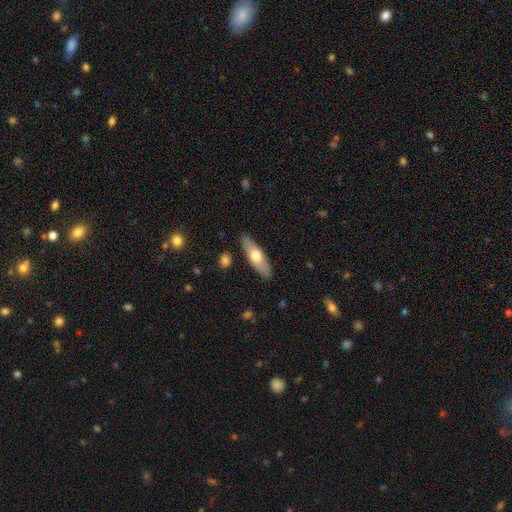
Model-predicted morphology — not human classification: The model was most divided on "how rounded": cigar-shaped: 52%, in between: 46%, round: 2%. More confident: merging — none (86%); smooth or featured — smooth (58%).